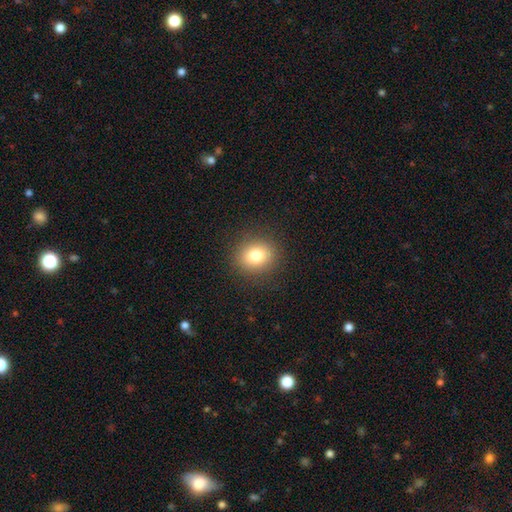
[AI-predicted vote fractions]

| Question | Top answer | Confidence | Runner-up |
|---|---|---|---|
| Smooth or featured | smooth | 79% | star or artifact (12%) |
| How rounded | round | 73% | in between (26%) |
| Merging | none | 89% | minor disturbance (7%) |